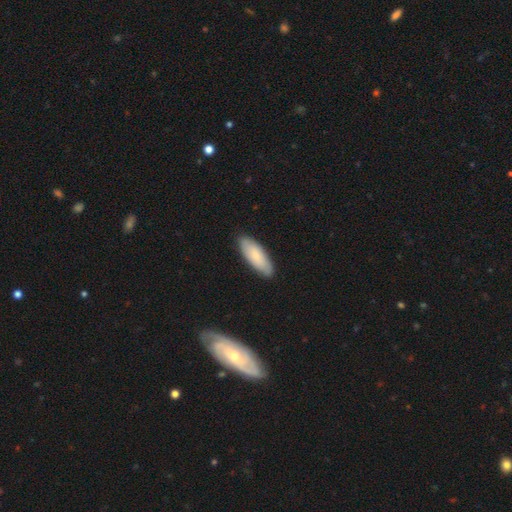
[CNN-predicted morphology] Q: Smooth or featured?
A: smooth (78%); runner-up: featured or disk (17%)
Q: How rounded?
A: in between (67%); runner-up: cigar-shaped (31%)
Q: Merging?
A: none (87%); runner-up: minor disturbance (10%)